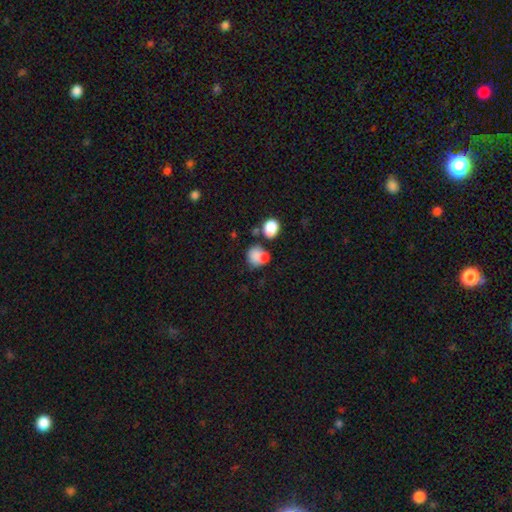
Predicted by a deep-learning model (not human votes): Smooth or featured? Predicted: smooth (p=0.81). How rounded? Predicted: round (p=0.72). Merging? Predicted: none (p=0.44).